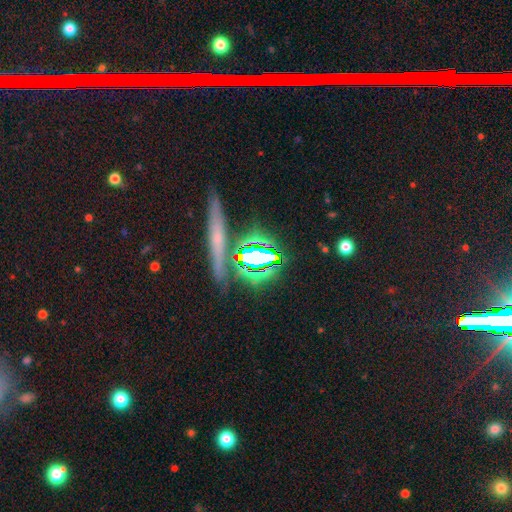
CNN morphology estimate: Smooth or featured: star or artifact — 50% (smooth — 27%)